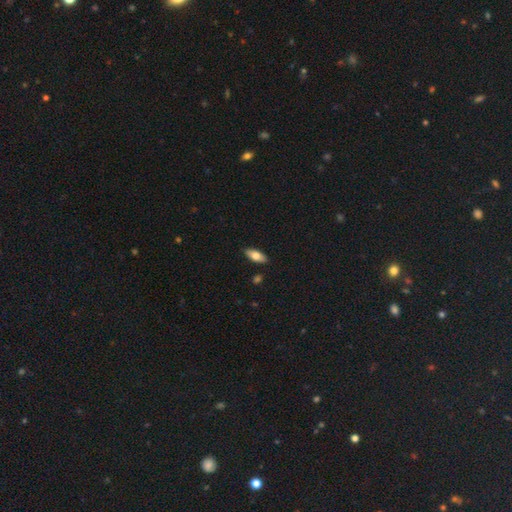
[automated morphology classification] Smooth or featured? smooth (72%)
How rounded? in between (83%)
Merging? none (88%)